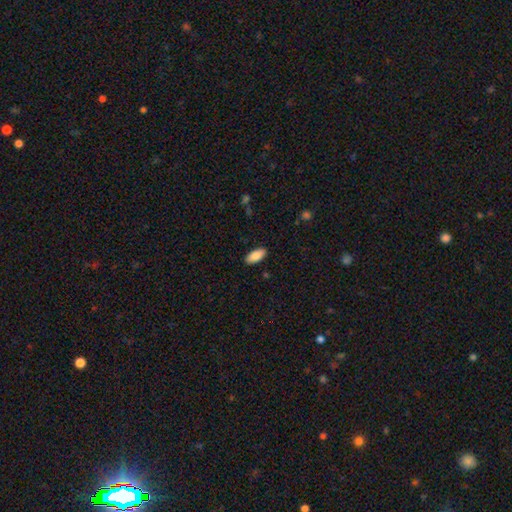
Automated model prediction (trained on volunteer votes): A smooth galaxy with no disk features (87%) that is in between round and cigar-shaped (88%).

Vote fractions:
- Smooth or featured? smooth: 87% / featured or disk: 6% / star or artifact: 6%
- How rounded? in between: 88% / cigar-shaped: 10% / round: 2%
- Merging? none: 89% / minor disturbance: 8% / major disturbance: 2% / merger: 1%